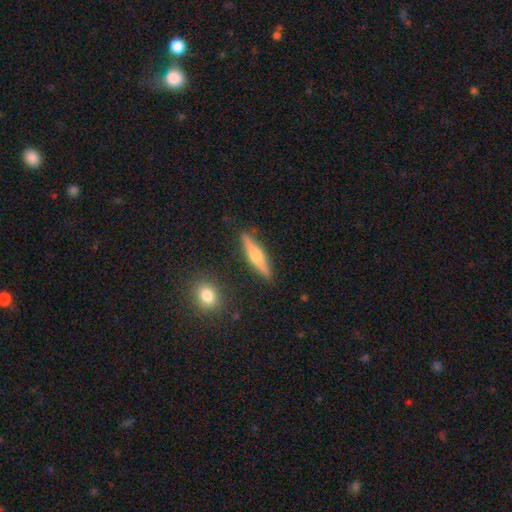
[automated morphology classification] A featured or disk galaxy (51%) viewed edge-on (95%). Merging: none (88%).